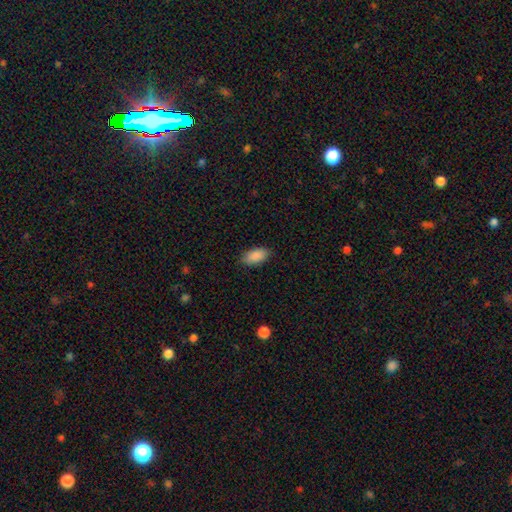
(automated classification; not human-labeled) Smooth or featured? smooth (90%)
How rounded? in between (93%)
Merging? none (86%)